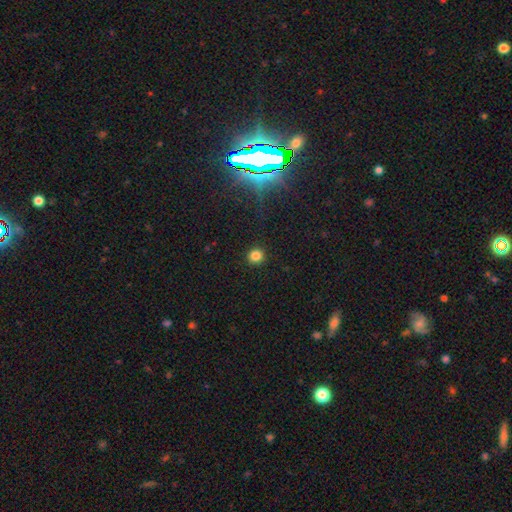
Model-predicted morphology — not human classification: Smooth or featured: smooth — 82% (star or artifact — 13%)
How rounded: round — 93% (in between — 6%)
Merging: none — 93% (minor disturbance — 5%)